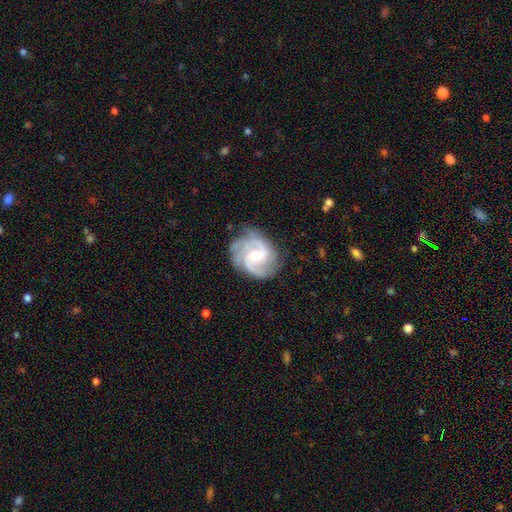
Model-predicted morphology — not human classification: This appears to be a featured or disk galaxy (89%) with no bar (49%), 3 (42%) medium (47%) spiral arms (98%) and a moderate central bulge (58%). Merging: none (74%).